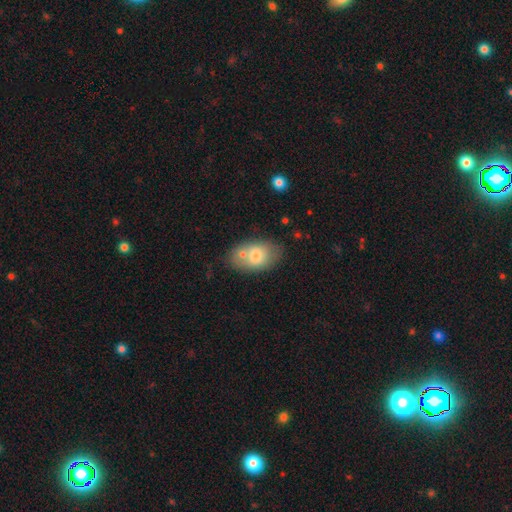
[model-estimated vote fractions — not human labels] smooth_or_featured: smooth (p=0.72) [alt: featured or disk p=0.21]
how_rounded: in between (p=0.88) [alt: round p=0.11]
merging: none (p=0.57) [alt: merger p=0.22]